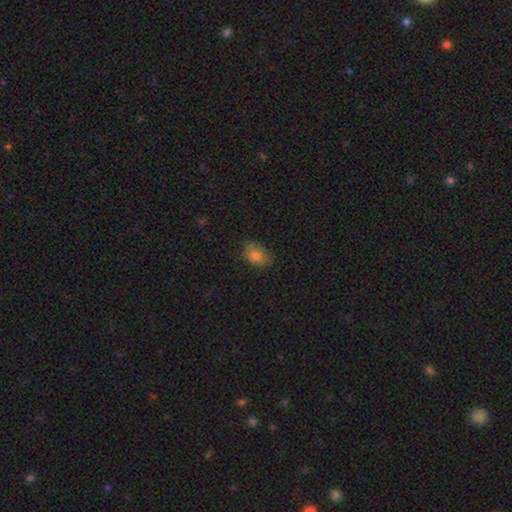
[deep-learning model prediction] A smooth galaxy with no disk features (77%) that is in between round and cigar-shaped (74%).

Vote fractions:
- Smooth or featured? smooth: 77% / featured or disk: 13% / star or artifact: 10%
- How rounded? in between: 74% / round: 24% / cigar-shaped: 1%
- Merging? none: 67% / minor disturbance: 25% / major disturbance: 6% / merger: 2%